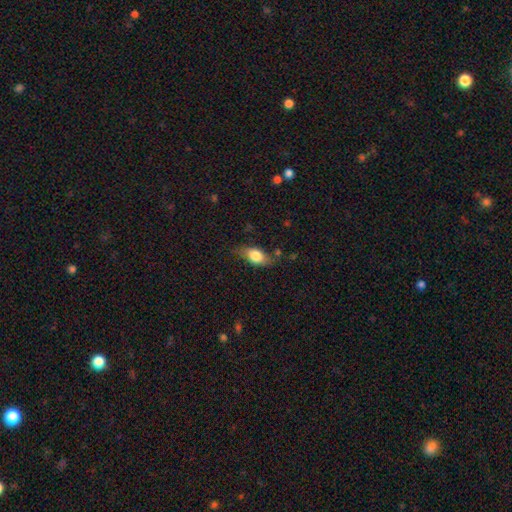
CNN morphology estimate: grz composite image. It shows a smooth galaxy with no disk features (75%) that is in between round and cigar-shaped (84%). Merging: none (66%).